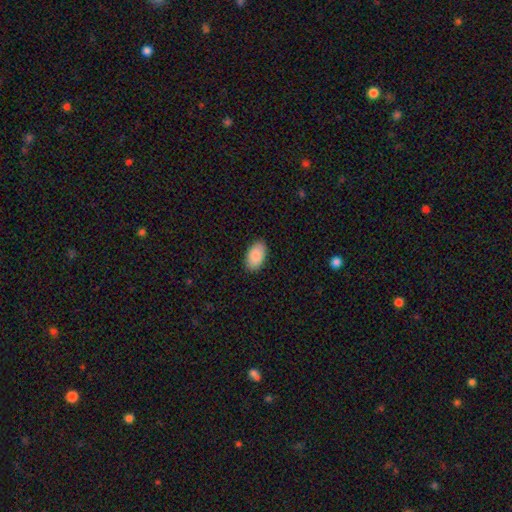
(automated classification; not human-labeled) A smooth galaxy with no disk features (89%) that is in between round and cigar-shaped (95%).

Vote fractions:
- Smooth or featured? smooth: 89% / star or artifact: 6% / featured or disk: 5%
- How rounded? in between: 95% / round: 4% / cigar-shaped: 1%
- Merging? none: 88% / minor disturbance: 9% / major disturbance: 2% / merger: 1%